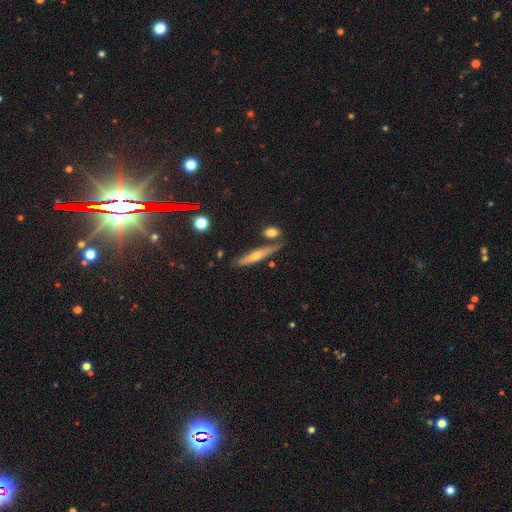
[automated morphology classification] smooth_or_featured: featured or disk (p=0.50) [alt: smooth p=0.43]
merging: none (p=0.75) [alt: minor disturbance p=0.13]